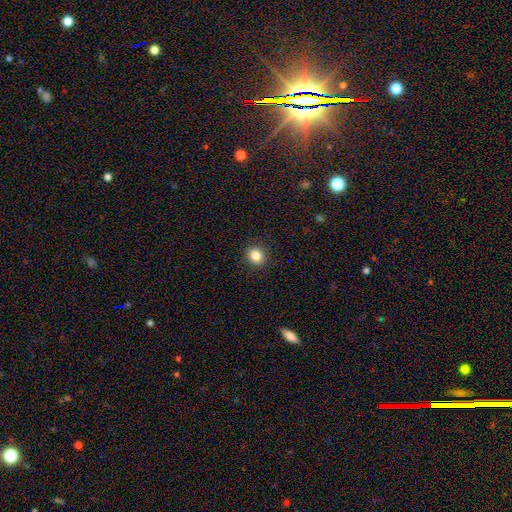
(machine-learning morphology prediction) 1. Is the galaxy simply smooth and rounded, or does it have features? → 84% smooth, 11% star or artifact, 6% featured or disk.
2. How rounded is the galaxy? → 75% round, 24% in between, 1% cigar-shaped.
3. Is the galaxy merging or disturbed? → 91% none, 6% minor disturbance, 2% major disturbance, 1% merger.